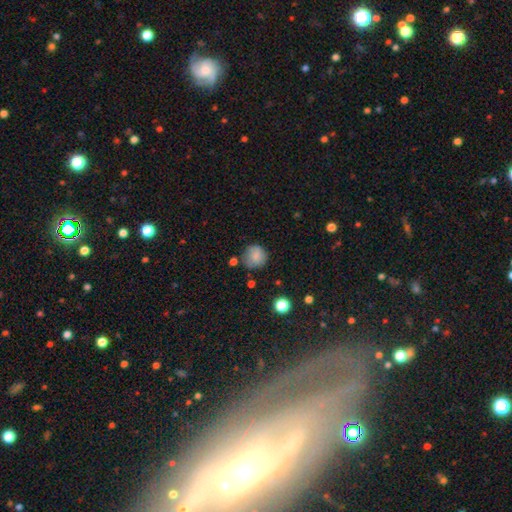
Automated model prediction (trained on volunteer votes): Morphology: type=smooth (82%); roundness=round (90%); merging=none (72%).